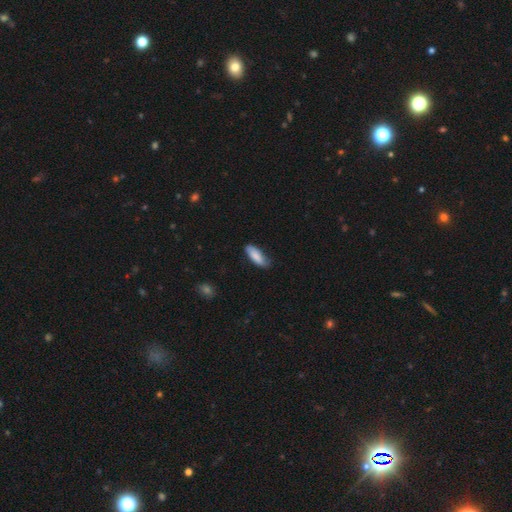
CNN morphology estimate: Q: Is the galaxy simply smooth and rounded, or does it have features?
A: smooth — 81%.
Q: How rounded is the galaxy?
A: in between — 66%.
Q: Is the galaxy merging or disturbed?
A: none — 69%.